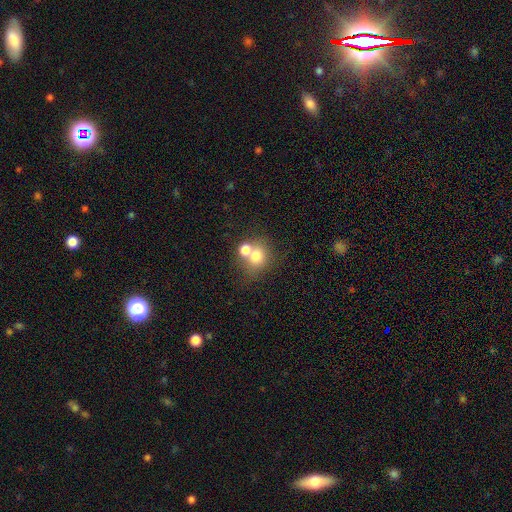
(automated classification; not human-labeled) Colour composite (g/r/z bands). It shows a smooth galaxy with no disk features (71%) that is round (71%). Merging: merger (48%).